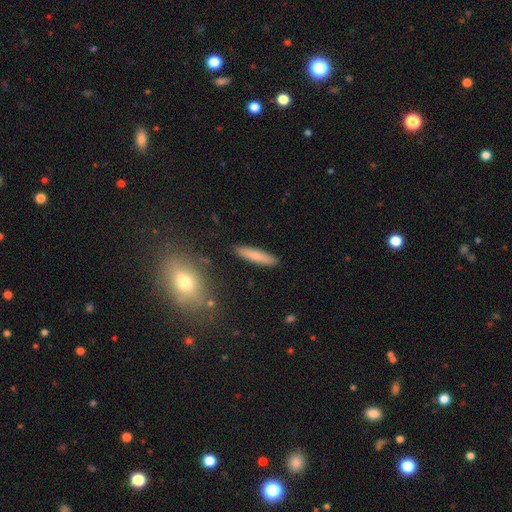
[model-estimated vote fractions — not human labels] Overall: smooth (74%). How rounded: cigar-shaped (85%). Merging: none (89%).